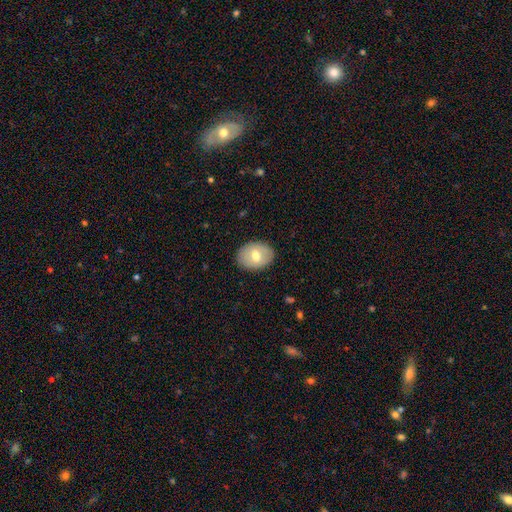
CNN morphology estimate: Smooth or featured? Predicted: smooth (p=0.65). How rounded? Predicted: in between (p=0.70). Merging? Predicted: none (p=0.86).